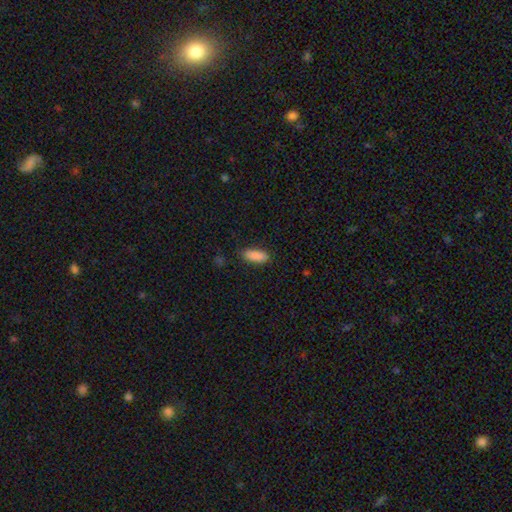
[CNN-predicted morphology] Q: Smooth or featured?
A: smooth (89%); runner-up: star or artifact (7%)
Q: How rounded?
A: in between (77%); runner-up: cigar-shaped (21%)
Q: Merging?
A: none (83%); runner-up: minor disturbance (13%)